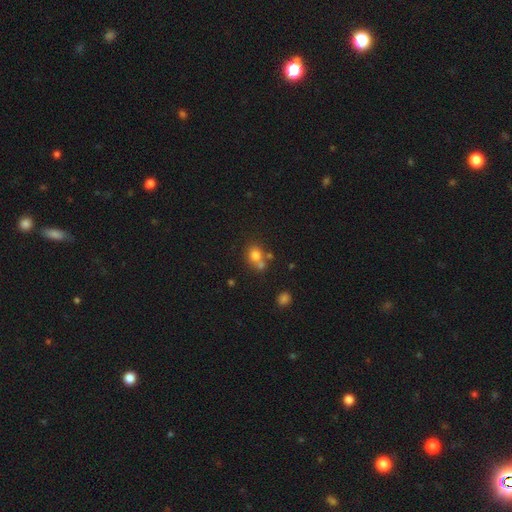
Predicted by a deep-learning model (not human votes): Smooth or featured?
  - smooth: 75% *
  - star or artifact: 14%
  - featured or disk: 11%
How rounded?
  - round: 69% *
  - in between: 30%
  - cigar-shaped: 1%
Merging?
  - none: 48% *
  - merger: 36%
  - minor disturbance: 11%
  - major disturbance: 4%